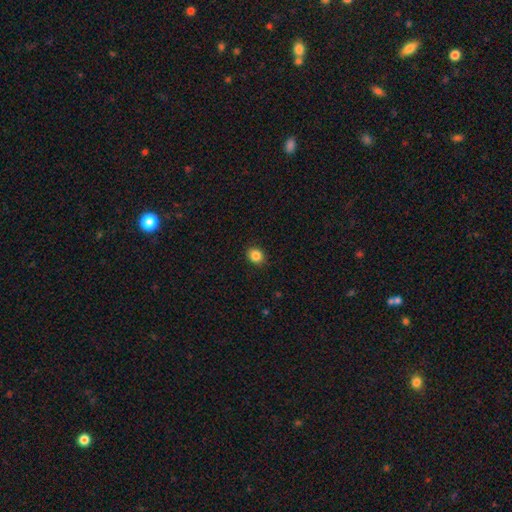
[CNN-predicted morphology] Smooth or featured?
  - smooth: 86% *
  - star or artifact: 10%
  - featured or disk: 4%
How rounded?
  - round: 68% *
  - in between: 31%
  - cigar-shaped: 1%
Merging?
  - none: 91% *
  - minor disturbance: 6%
  - major disturbance: 2%
  - merger: 1%